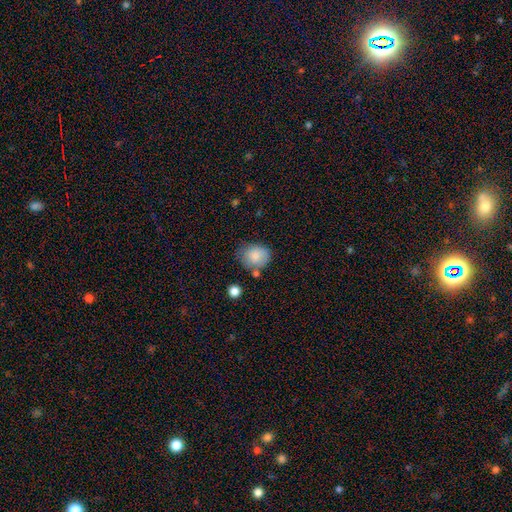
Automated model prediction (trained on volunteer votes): smooth 84%, star or artifact 8%, featured or disk 8%. Down the decision tree: how rounded — round (60%); merging — none (62%).